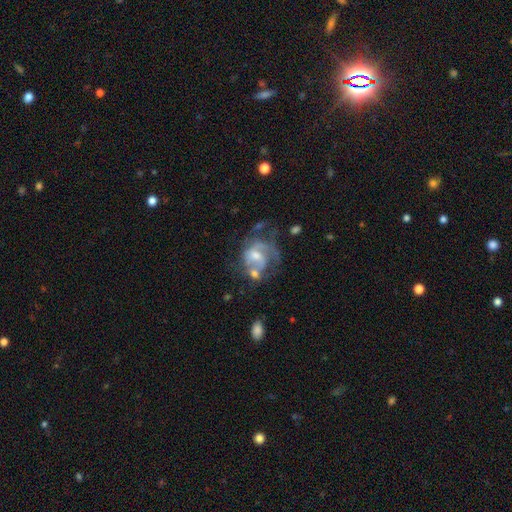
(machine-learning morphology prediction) A featured or disk galaxy (75%) with no bar (49%), 2 (38%) medium (46%) spiral arms (80%) and a moderate central bulge (51%).

Vote fractions:
- Smooth or featured? featured or disk: 75% / smooth: 18% / star or artifact: 8%
- Edge-on disk? no: 98% / yes: 2%
- Bar? no: 49% / weak: 42% / strong: 9%
- Spiral arms? yes: 80% / no: 20%
- Spiral winding? medium: 46% / tight: 29% / loose: 25%
- Spiral arm count? 2: 38% / can't tell: 26% / 1: 16% / 3: 14% / 4: 3% / more than 4: 2%
- Bulge size? moderate: 51% / small: 37% / none: 6% / large: 5% / dominant: 1%
- Merging? none: 32% / major disturbance: 28% / merger: 20% / minor disturbance: 19%